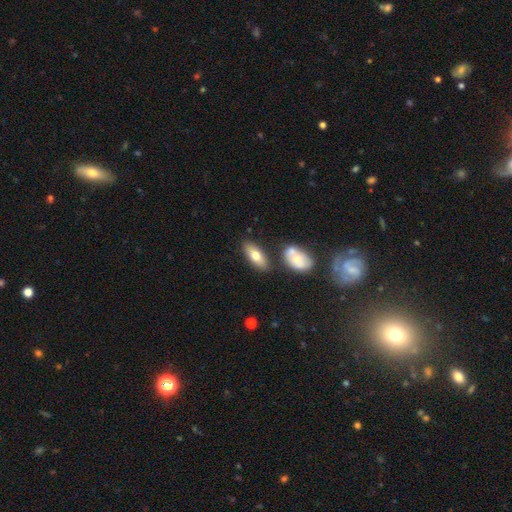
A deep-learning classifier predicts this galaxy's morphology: smooth-or-featured: smooth: 69% | featured or disk: 25% | star or artifact: 7%
  how-rounded: in between: 81% | cigar-shaped: 16% | round: 3%
  merging: none: 74% | merger: 12% | minor disturbance: 11% | major disturbance: 3%